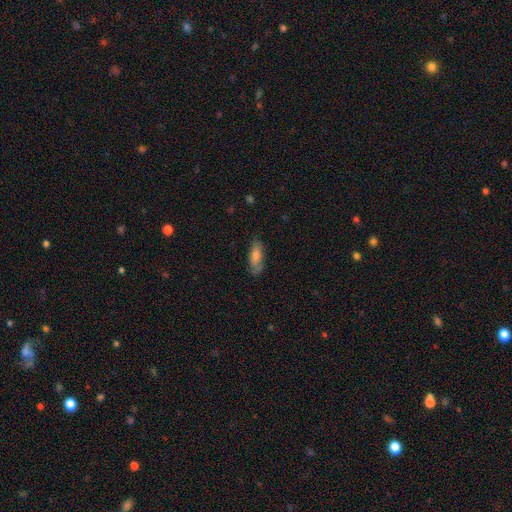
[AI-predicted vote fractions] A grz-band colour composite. It shows a smooth galaxy with no disk features (67%) that is in between round and cigar-shaped (61%). Merging: none (72%).